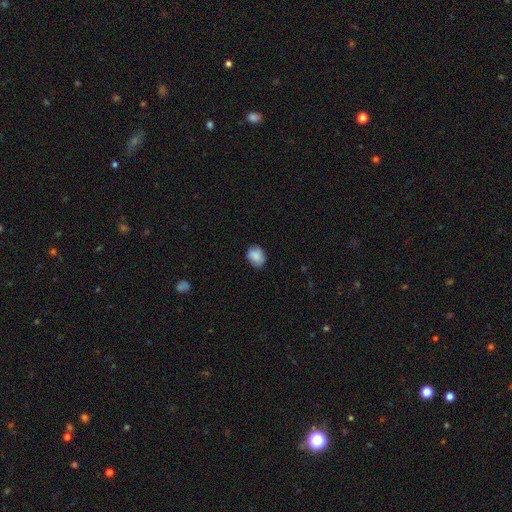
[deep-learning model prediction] A smooth galaxy with no disk features (85%) that is in between round and cigar-shaped (52%). Merging: none (78%).